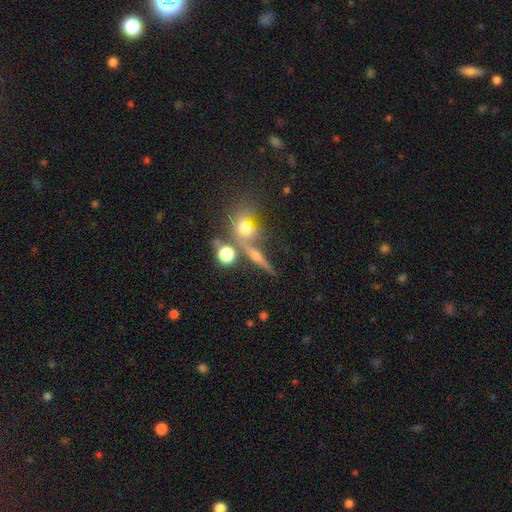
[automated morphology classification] Smooth or featured?
  - featured or disk: 43% *
  - smooth: 40%
  - star or artifact: 17%
Merging?
  - none: 63% *
  - merger: 19%
  - minor disturbance: 11%
  - major disturbance: 6%